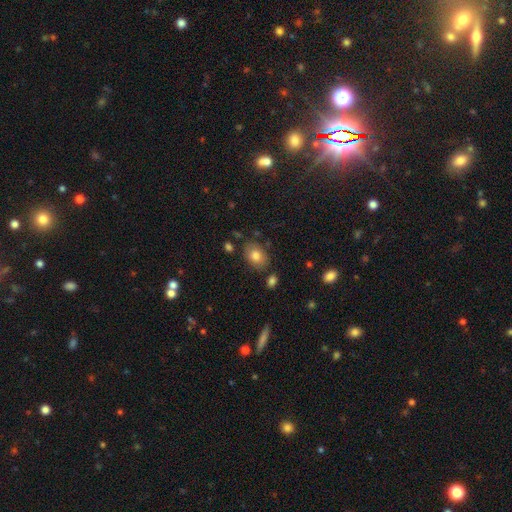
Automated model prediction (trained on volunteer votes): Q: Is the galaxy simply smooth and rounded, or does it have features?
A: smooth — 80%.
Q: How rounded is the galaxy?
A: in between — 74%.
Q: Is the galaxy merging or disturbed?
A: none — 80%.